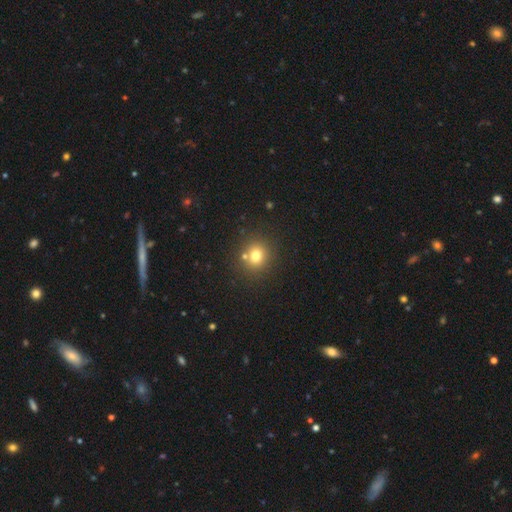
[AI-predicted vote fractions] Morphology: type=smooth (74%); roundness=round (87%); merging=none (75%).